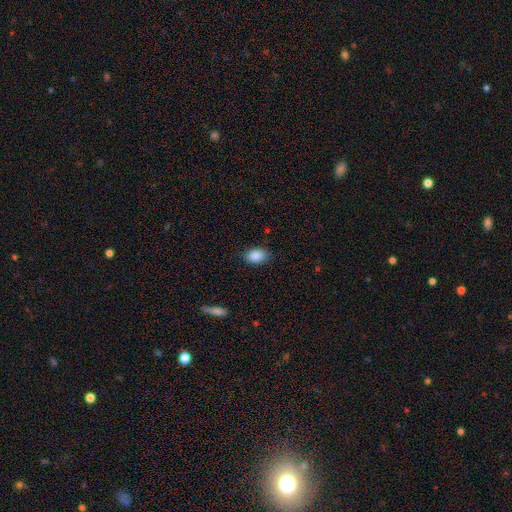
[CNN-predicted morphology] This appears to be a smooth galaxy with no disk features (89%) that is in between round and cigar-shaped (79%). Merging: none (82%).